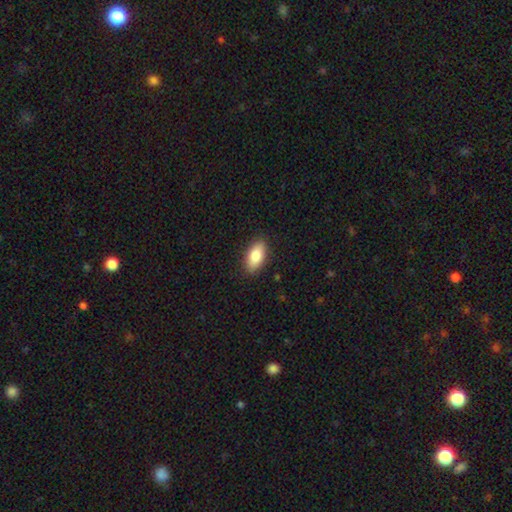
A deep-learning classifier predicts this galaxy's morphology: A smooth galaxy with no disk features (83%) that is in between round and cigar-shaped (91%). Merging: none (89%).